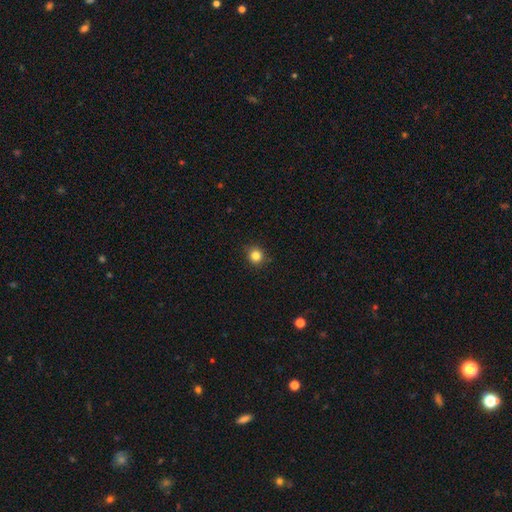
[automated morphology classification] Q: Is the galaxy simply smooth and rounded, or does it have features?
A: smooth — 84%.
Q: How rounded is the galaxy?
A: round — 92%.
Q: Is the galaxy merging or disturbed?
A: none — 90%.